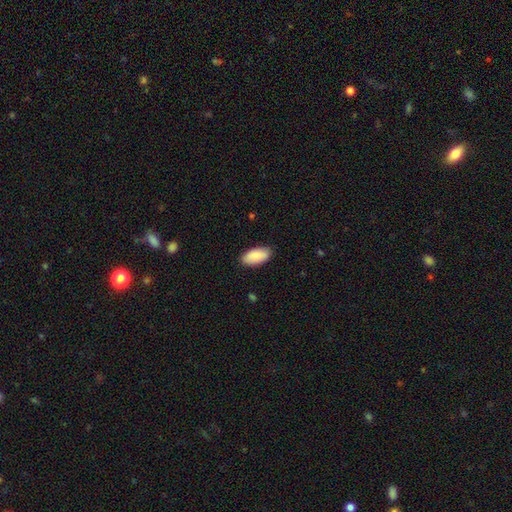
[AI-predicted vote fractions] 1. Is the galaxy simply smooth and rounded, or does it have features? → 88% smooth, 6% featured or disk, 6% star or artifact.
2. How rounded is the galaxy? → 94% in between, 4% cigar-shaped, 2% round.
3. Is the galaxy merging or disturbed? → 87% none, 10% minor disturbance, 2% major disturbance, 1% merger.